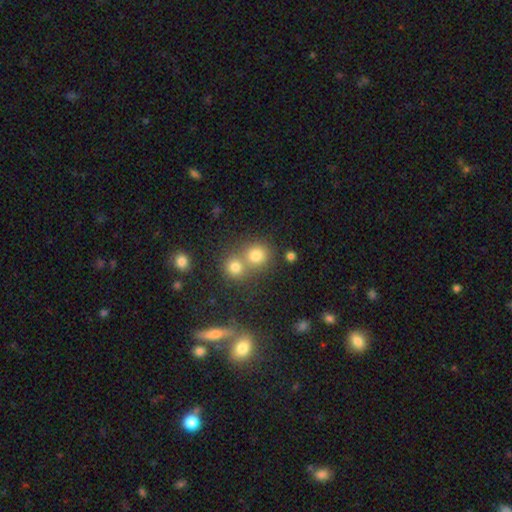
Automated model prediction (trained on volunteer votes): Smooth or featured? Predicted: smooth (p=0.76). How rounded? Predicted: round (p=0.85). Merging? Predicted: none (p=0.51).